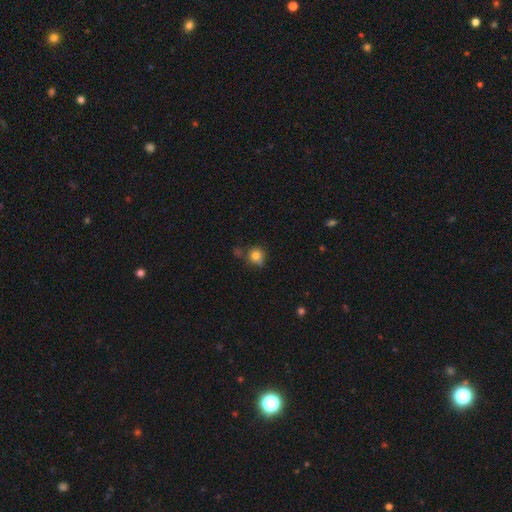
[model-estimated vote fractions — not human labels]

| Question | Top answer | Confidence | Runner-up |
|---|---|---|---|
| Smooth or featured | smooth | 81% | star or artifact (11%) |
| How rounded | round | 85% | in between (13%) |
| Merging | none | 65% | minor disturbance (21%) |